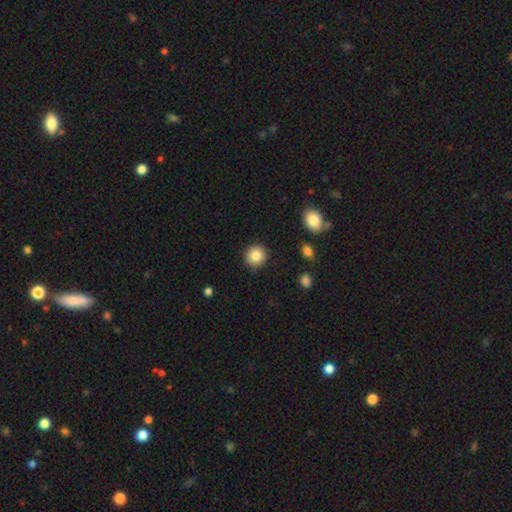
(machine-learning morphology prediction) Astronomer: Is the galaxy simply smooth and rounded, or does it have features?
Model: smooth — 84%.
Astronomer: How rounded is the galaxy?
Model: round — 93%.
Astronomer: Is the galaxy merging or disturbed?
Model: none — 90%.